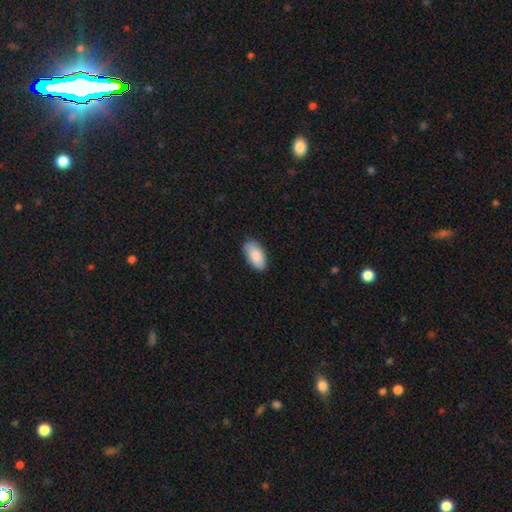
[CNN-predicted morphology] Smooth or featured?
  - smooth: 87% *
  - featured or disk: 7%
  - star or artifact: 6%
How rounded?
  - in between: 94% *
  - cigar-shaped: 3%
  - round: 2%
Merging?
  - none: 84% *
  - minor disturbance: 13%
  - major disturbance: 2%
  - merger: 1%